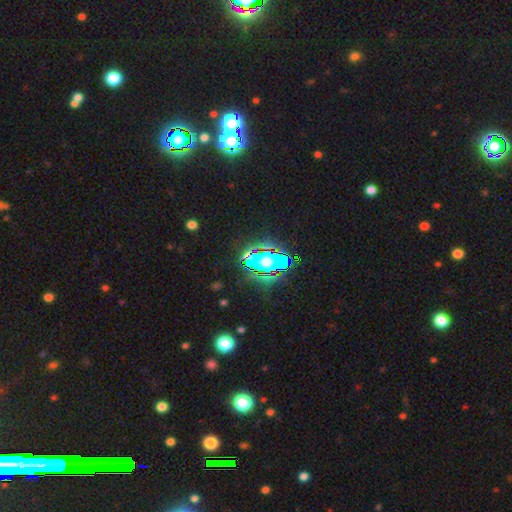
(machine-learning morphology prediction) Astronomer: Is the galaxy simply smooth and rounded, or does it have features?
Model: star or artifact — 78%.